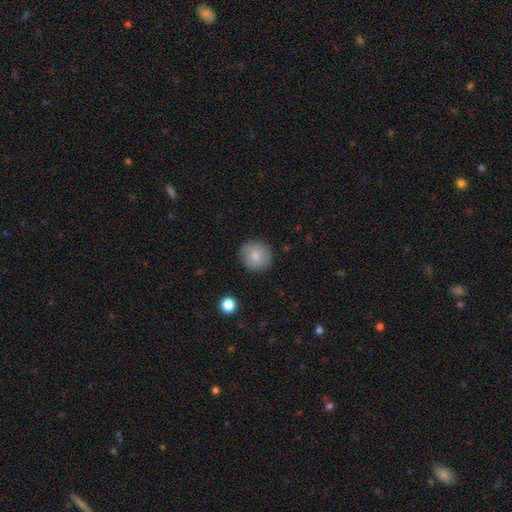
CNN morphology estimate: Q: Smooth or featured?
A: smooth (83%); runner-up: featured or disk (9%)
Q: How rounded?
A: round (92%); runner-up: in between (7%)
Q: Merging?
A: none (85%); runner-up: minor disturbance (11%)